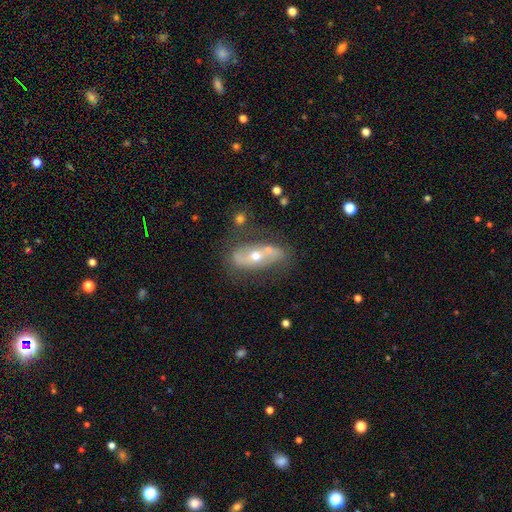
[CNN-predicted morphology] Smooth or featured: featured or disk — 62% (smooth — 29%)
Edge-on disk: no — 80% (yes — 20%)
Merging: none — 57% (minor disturbance — 17%)